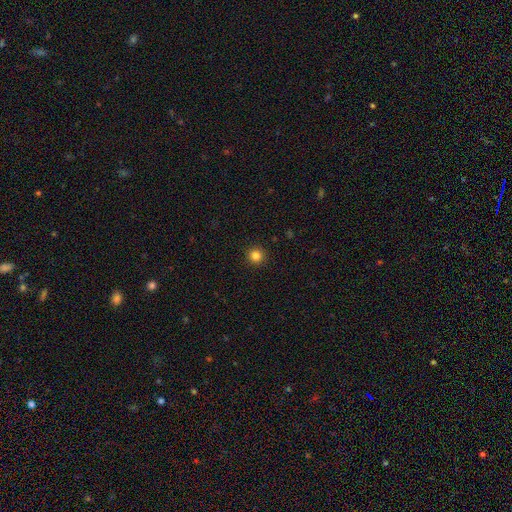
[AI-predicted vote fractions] Morphology: type=smooth (83%); roundness=round (95%); merging=none (93%).